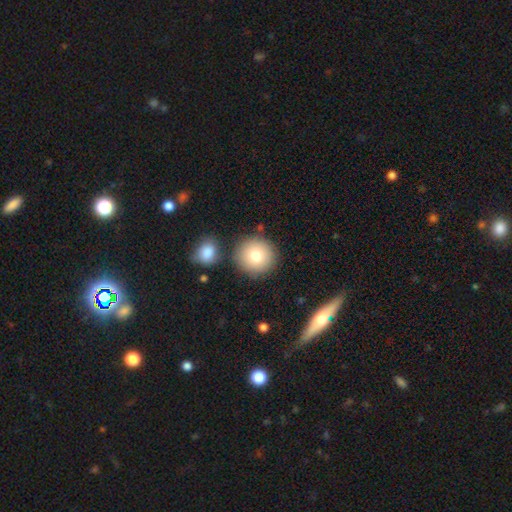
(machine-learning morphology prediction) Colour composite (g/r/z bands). It shows a smooth galaxy with no disk features (79%) that is round (94%). Merging: none (80%).